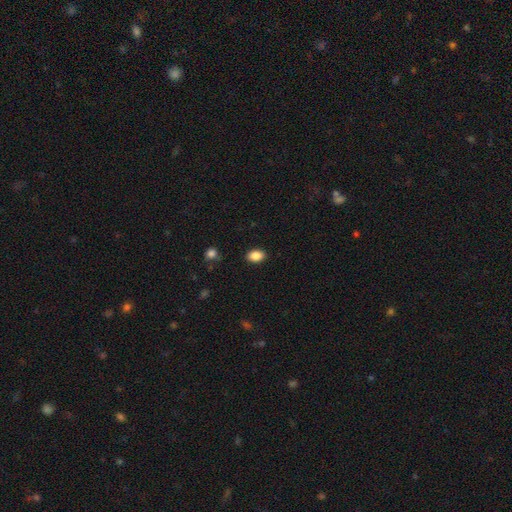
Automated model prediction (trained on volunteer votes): Smooth or featured? smooth (88%)
How rounded? in between (85%)
Merging? none (88%)